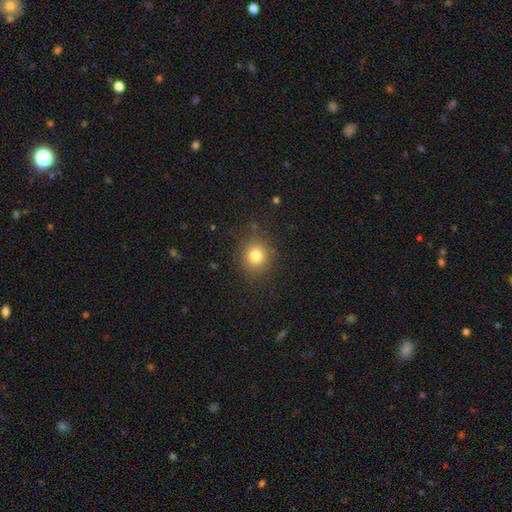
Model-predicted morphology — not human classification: A smooth galaxy with no disk features (79%) that is round (87%).

Vote fractions:
- Smooth or featured? smooth: 79% / star or artifact: 13% / featured or disk: 8%
- How rounded? round: 87% / in between: 12% / cigar-shaped: 1%
- Merging? none: 86% / minor disturbance: 9% / major disturbance: 3% / merger: 1%